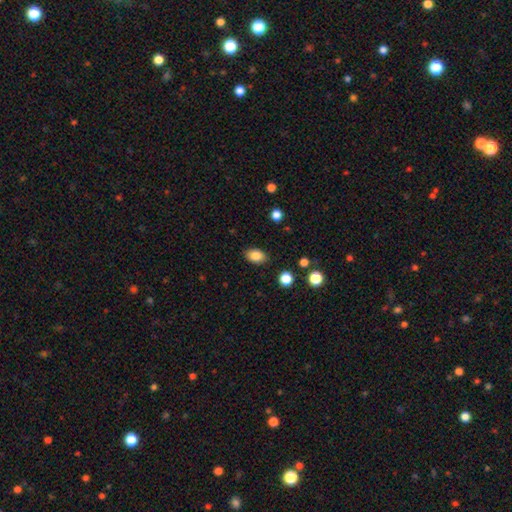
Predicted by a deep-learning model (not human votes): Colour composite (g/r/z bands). It shows a smooth galaxy with no disk features (84%) that is in between round and cigar-shaped (84%). Merging: none (87%).